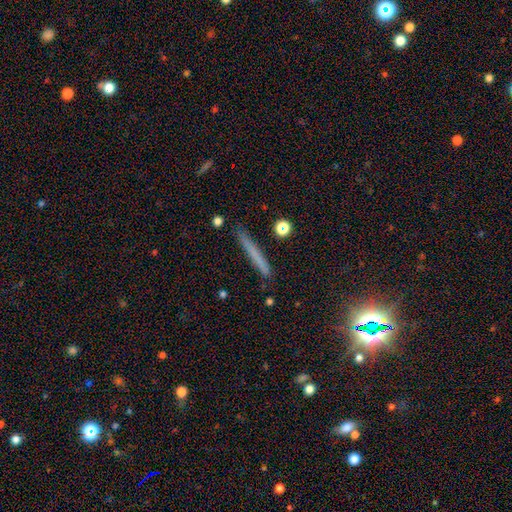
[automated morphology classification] smooth_or_featured: smooth (p=0.61) [alt: featured or disk p=0.27]
how_rounded: cigar-shaped (p=0.96) [alt: in between p=0.02]
merging: none (p=0.87) [alt: minor disturbance p=0.09]